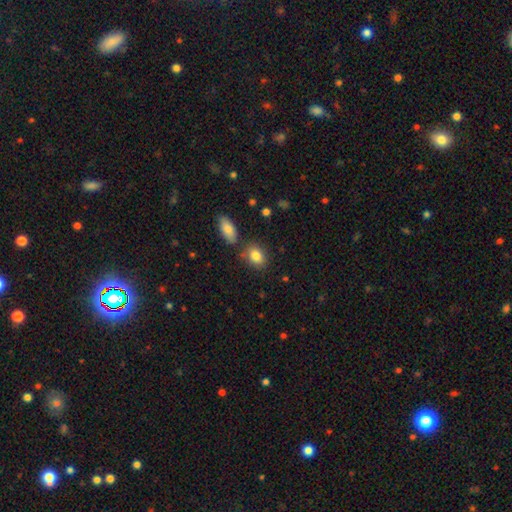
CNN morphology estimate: Smooth or featured? Predicted: smooth (p=0.84). How rounded? Predicted: in between (p=0.73). Merging? Predicted: none (p=0.73).